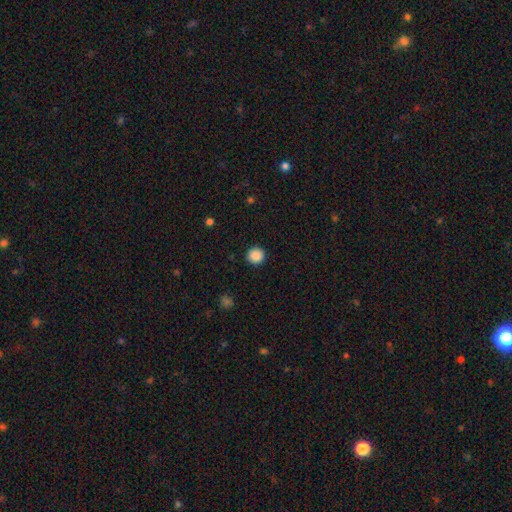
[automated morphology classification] Q: Smooth or featured?
A: smooth (88%); runner-up: star or artifact (9%)
Q: How rounded?
A: round (93%); runner-up: in between (6%)
Q: Merging?
A: none (92%); runner-up: minor disturbance (5%)